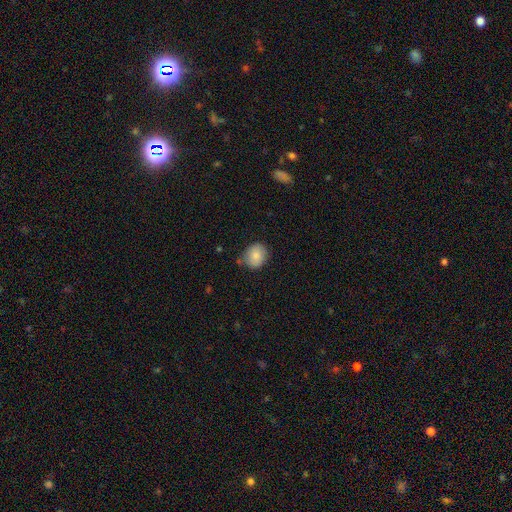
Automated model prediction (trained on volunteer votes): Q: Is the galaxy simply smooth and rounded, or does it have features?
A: smooth — 84%.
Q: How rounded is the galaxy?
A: round — 65%.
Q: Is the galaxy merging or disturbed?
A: none — 73%.